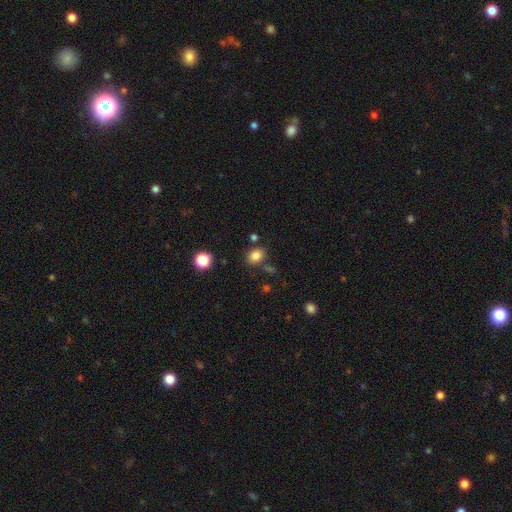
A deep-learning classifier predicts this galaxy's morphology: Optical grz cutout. It shows a smooth galaxy with no disk features (83%) that is in between round and cigar-shaped (65%). Merging: none (77%).